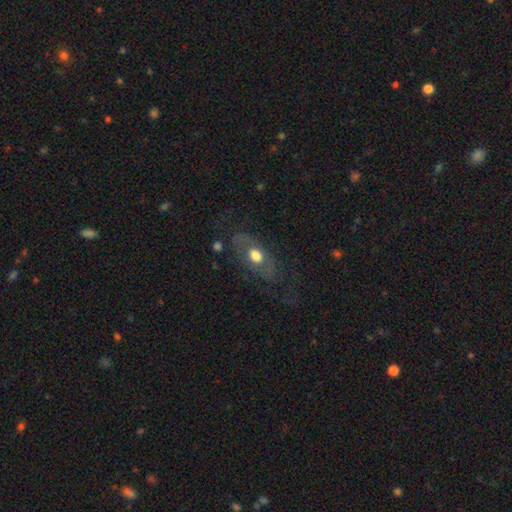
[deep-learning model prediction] This appears to be a featured or disk galaxy (48%). Merging: none (63%).